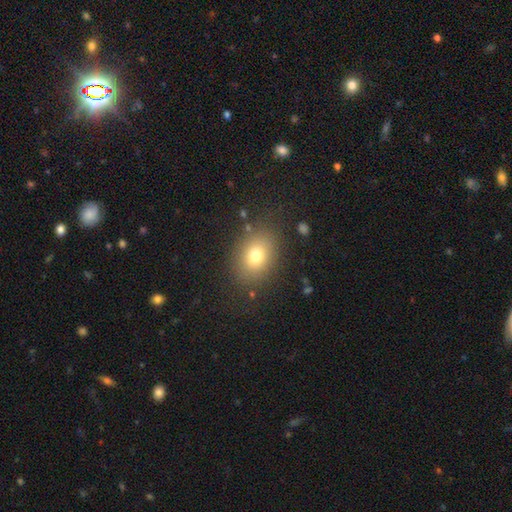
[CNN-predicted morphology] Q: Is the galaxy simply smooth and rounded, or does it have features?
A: smooth — 76%.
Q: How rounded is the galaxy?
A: in between — 60%.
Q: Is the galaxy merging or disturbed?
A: none — 82%.